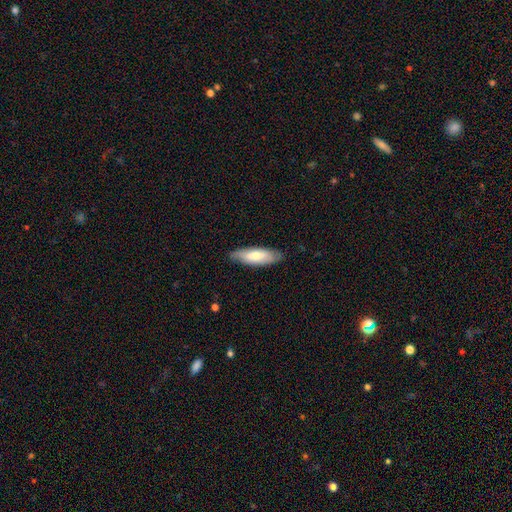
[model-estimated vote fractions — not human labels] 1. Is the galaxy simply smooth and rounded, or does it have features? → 68% smooth, 27% featured or disk, 5% star or artifact.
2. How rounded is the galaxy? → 55% in between, 43% cigar-shaped, 2% round.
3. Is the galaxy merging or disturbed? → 83% none, 13% minor disturbance, 2% major disturbance, 1% merger.